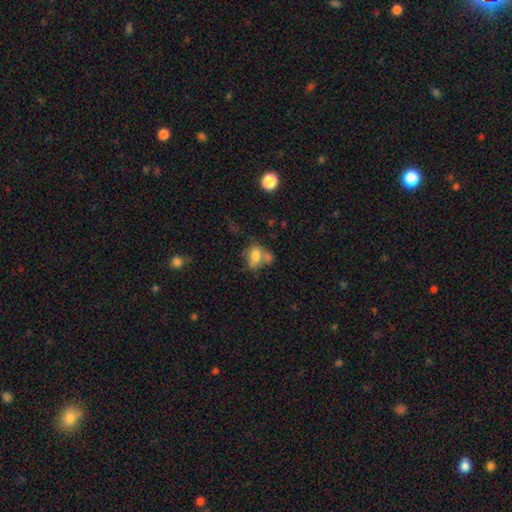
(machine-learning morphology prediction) This is likely a smooth galaxy (69%). How rounded: likely in between (74%). Merging: marginally merger (36%).